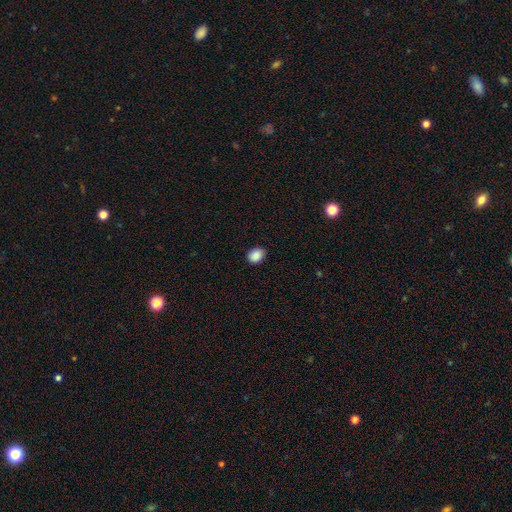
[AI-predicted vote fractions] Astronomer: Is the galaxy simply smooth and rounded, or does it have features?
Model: smooth — 89%.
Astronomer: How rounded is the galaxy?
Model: in between — 51% (runner-up: round, 48%).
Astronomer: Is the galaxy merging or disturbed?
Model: none — 88%.